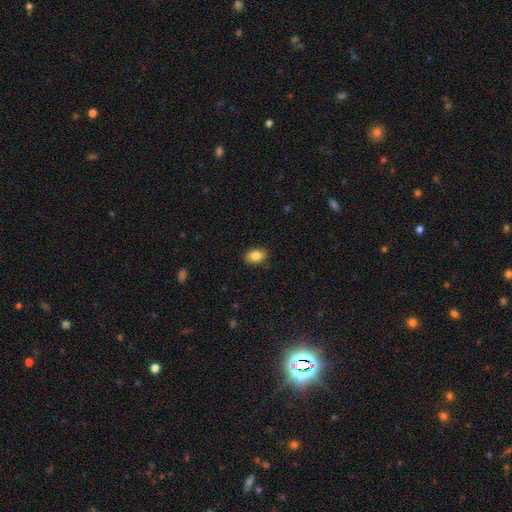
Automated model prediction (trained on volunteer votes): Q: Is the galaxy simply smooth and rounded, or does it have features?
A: smooth — 86%.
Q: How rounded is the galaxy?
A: in between — 77%.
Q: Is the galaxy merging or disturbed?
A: none — 88%.